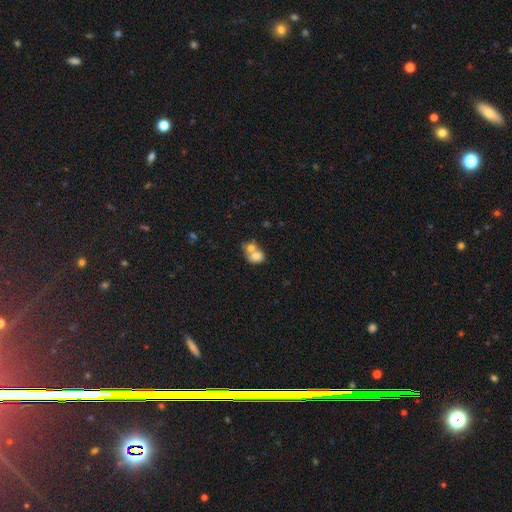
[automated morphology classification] This appears to be a smooth galaxy with no disk features (72%) that is in between round and cigar-shaped (55%). Merging: merger (66%).